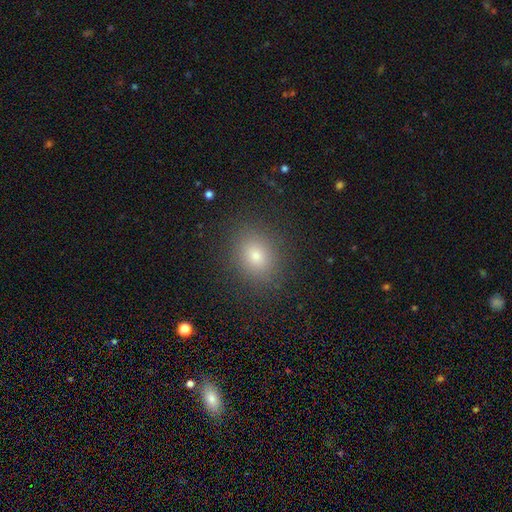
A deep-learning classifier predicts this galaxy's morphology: Smooth or featured? smooth (76%)
How rounded? in between (53%)
Merging? none (87%)